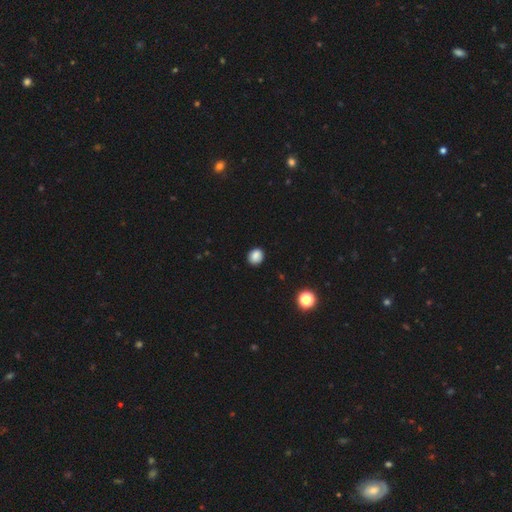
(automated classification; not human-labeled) Overall: smooth (85%). How rounded: round (65%; in between 34%). Merging: none (88%).